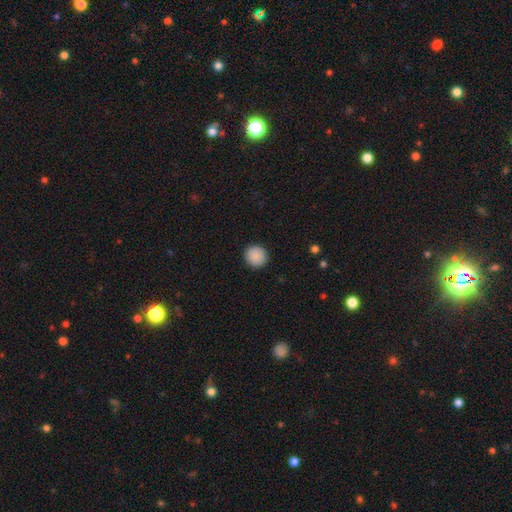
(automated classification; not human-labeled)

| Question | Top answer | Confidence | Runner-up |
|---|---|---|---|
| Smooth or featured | smooth | 90% | star or artifact (8%) |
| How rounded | round | 95% | in between (4%) |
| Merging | none | 93% | minor disturbance (5%) |